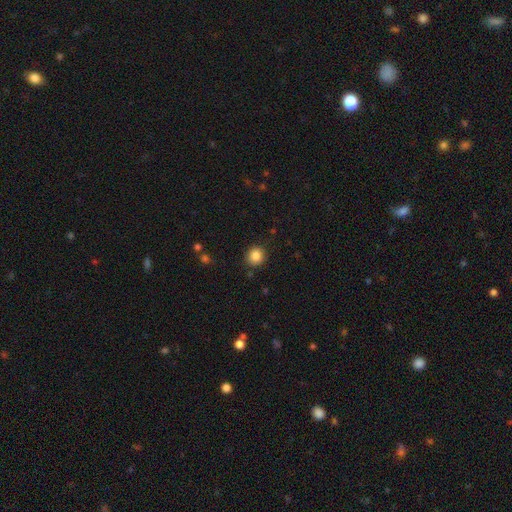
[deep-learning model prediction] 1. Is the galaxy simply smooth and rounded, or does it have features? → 85% smooth, 10% star or artifact, 5% featured or disk.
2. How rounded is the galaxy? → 89% round, 10% in between, 1% cigar-shaped.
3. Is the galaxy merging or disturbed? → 89% none, 8% minor disturbance, 2% major disturbance, 2% merger.